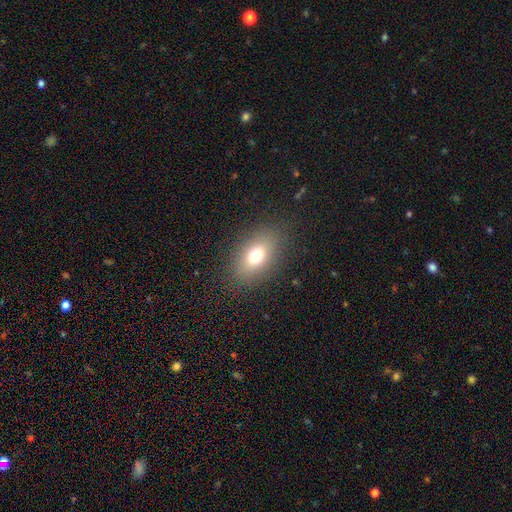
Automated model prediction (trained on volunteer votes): Smooth or featured? smooth (72%)
How rounded? in between (82%)
Merging? none (85%)